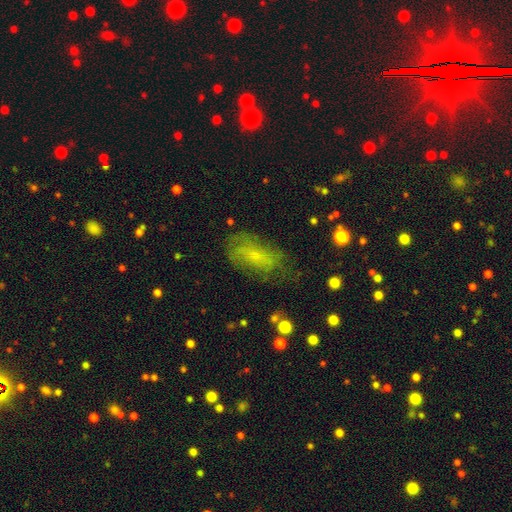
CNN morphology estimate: Smooth or featured? smooth (49%)
Merging? none (55%)